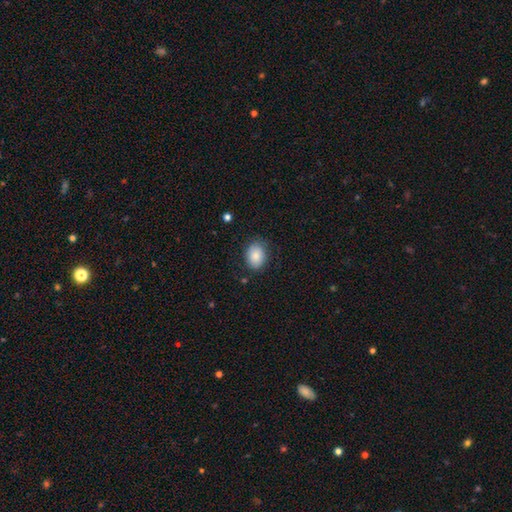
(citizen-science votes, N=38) Morphology: type=smooth (79%); roundness=in between (70%); merging=none (83%).